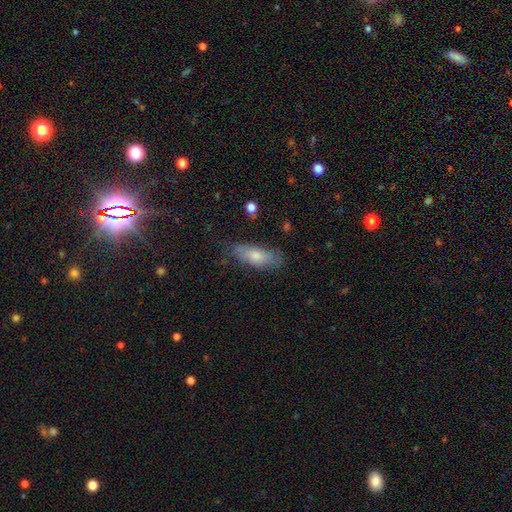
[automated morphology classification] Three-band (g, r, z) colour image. It shows a smooth galaxy with no disk features (67%) that is in between round and cigar-shaped (63%). Merging: none (73%).